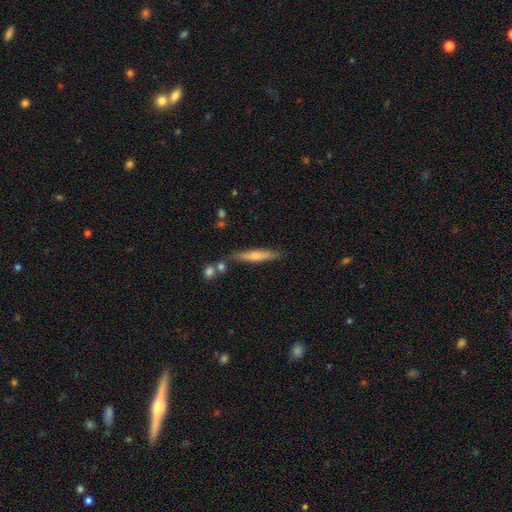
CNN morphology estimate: smooth_or_featured: smooth (p=0.56) [alt: featured or disk p=0.38]
how_rounded: cigar-shaped (p=0.88) [alt: in between p=0.10]
merging: none (p=0.79) [alt: minor disturbance p=0.12]